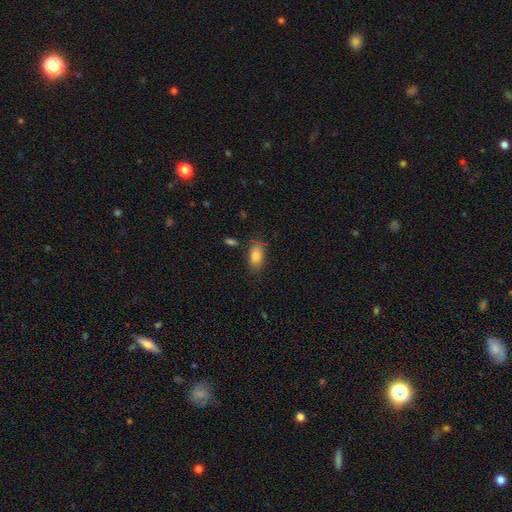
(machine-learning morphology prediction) Overall: smooth (85%). How rounded: in between (91%). Merging: none (75%).